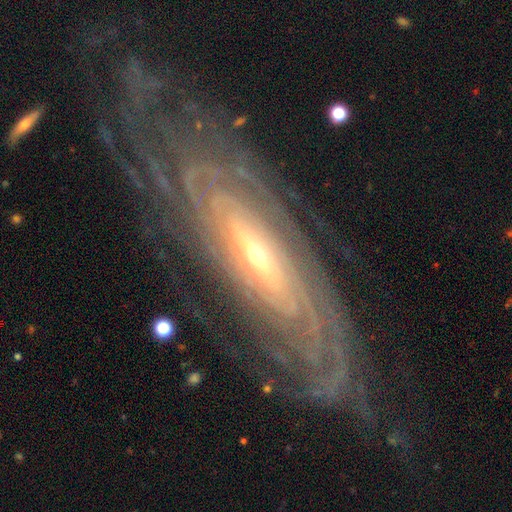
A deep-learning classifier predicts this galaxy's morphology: type=featured or disk (89%); edge-on=no (84%); bar=no (51%); spiral arms=yes (95%); winding=tight (82%); arm count=can't tell (40%); bulge=small (56%); merging=none (75%).